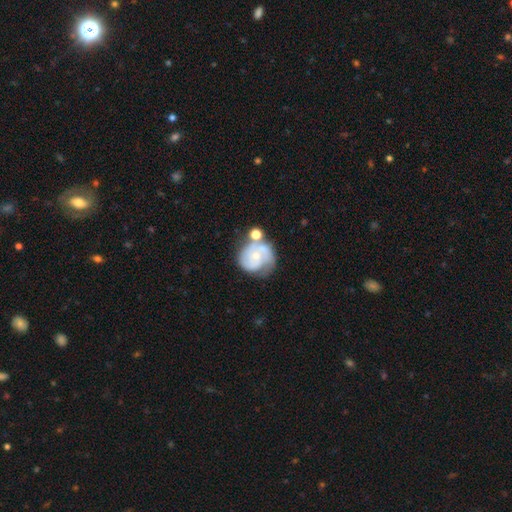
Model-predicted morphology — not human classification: This is likely a featured or disk galaxy (70%). It is clearly not viewed edge-on (98%). Bar: likely no (76%). Spiral arm pattern: clearly yes (85%). Spiral arm count: possibly 2 (53%). Spiral winding: possibly tight (54%). Central bulge: possibly small (60%). Merging: marginally none (44%).